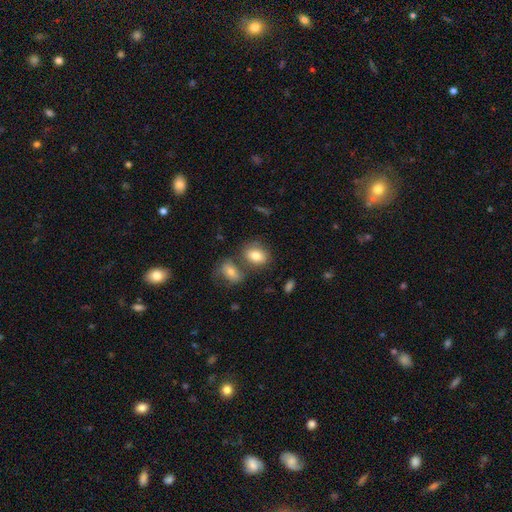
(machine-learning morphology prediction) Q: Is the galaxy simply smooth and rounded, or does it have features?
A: smooth — 80%.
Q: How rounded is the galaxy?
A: in between — 75%.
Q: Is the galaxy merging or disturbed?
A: none — 58%.